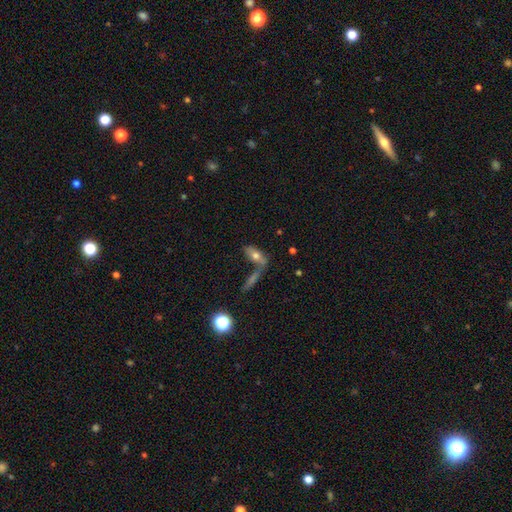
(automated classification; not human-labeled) This is likely a smooth galaxy (61%). How rounded: likely in between (70%). Merging: marginally none (41%).